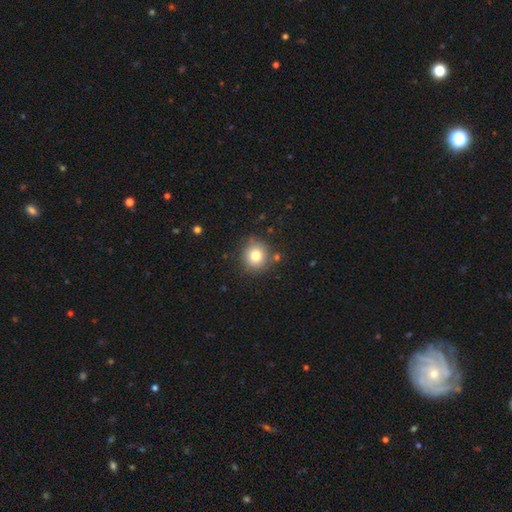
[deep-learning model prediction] smooth 79%, star or artifact 12%, featured or disk 10%. Down the decision tree: how rounded — round (90%); merging — none (83%).